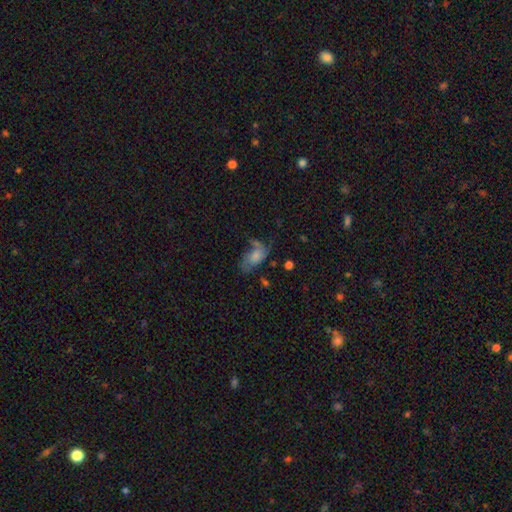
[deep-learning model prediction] This appears to be a smooth galaxy with no disk features (53%) that is in between round and cigar-shaped (90%). Merging: none (33%).